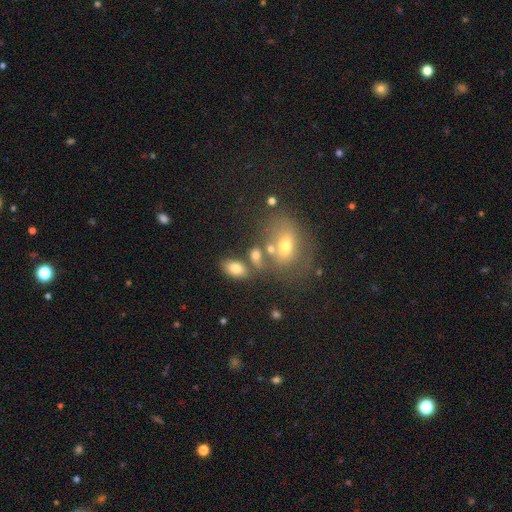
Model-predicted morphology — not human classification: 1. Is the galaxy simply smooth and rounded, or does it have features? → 64% smooth, 20% featured or disk, 16% star or artifact.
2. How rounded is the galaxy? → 79% in between, 18% round, 3% cigar-shaped.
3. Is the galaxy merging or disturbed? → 51% none, 27% merger, 14% minor disturbance, 8% major disturbance.